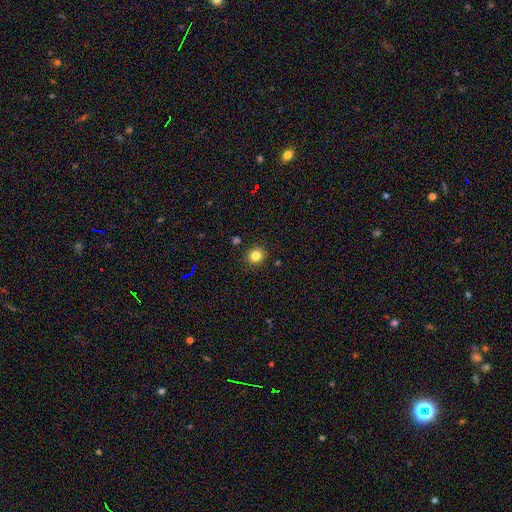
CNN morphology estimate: A smooth galaxy with no disk features (82%) that is round (86%). Merging: none (89%).